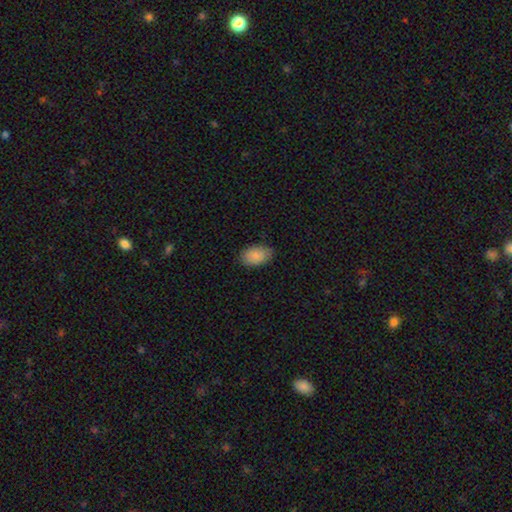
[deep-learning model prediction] Smooth or featured? Predicted: smooth (p=0.85). How rounded? Predicted: in between (p=0.90). Merging? Predicted: none (p=0.83).